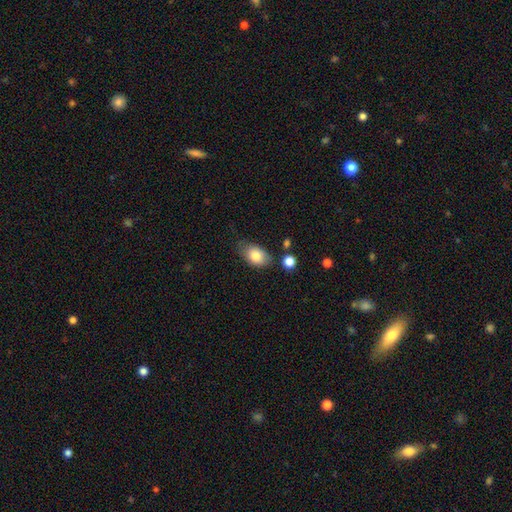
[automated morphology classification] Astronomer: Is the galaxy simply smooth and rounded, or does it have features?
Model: smooth — 82%.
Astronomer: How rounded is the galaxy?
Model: in between — 87%.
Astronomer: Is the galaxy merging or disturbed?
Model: none — 64%.